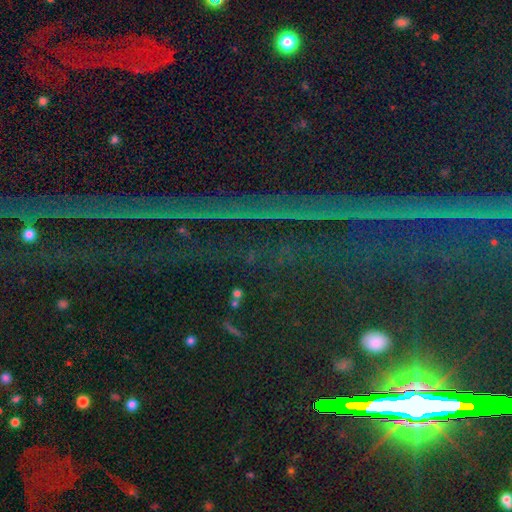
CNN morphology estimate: The model was most divided on "smooth or featured": star or artifact: 86%, featured or disk: 8%, smooth: 6%.